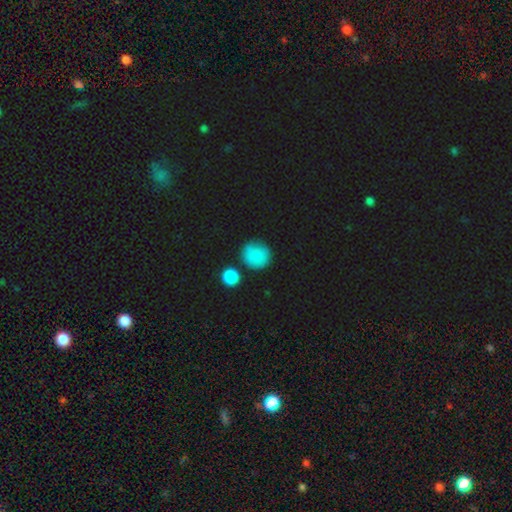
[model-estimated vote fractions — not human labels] Smooth or featured? Predicted: smooth (p=0.84). How rounded? Predicted: round (p=0.88). Merging? Predicted: none (p=0.70).